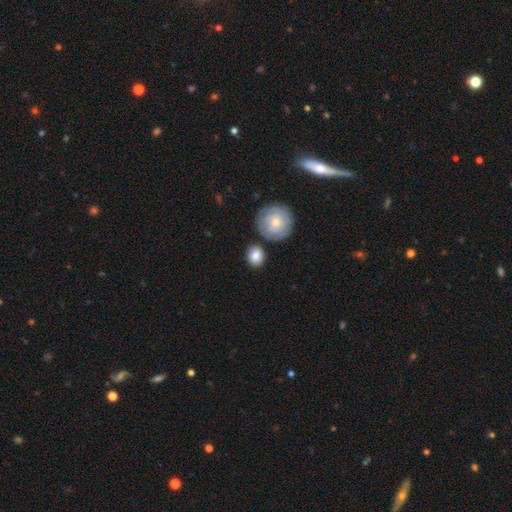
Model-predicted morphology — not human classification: type=smooth (83%); roundness=round (71%); merging=none (77%).